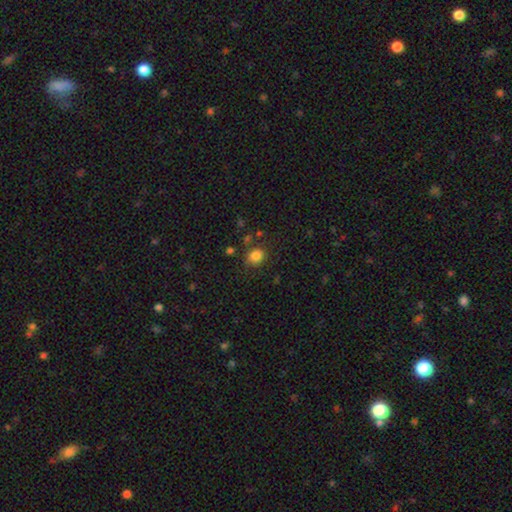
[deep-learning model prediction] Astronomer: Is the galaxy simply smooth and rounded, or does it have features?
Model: smooth — 83%.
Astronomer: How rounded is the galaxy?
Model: round — 73%.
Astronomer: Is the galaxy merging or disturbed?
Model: none — 77%.